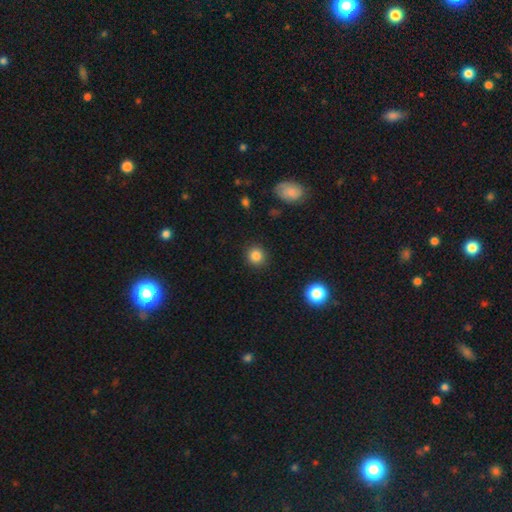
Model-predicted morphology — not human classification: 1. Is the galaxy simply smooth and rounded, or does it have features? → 85% smooth, 11% star or artifact, 5% featured or disk.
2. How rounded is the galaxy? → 90% round, 9% in between, 1% cigar-shaped.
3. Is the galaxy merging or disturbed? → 90% none, 6% minor disturbance, 2% major disturbance, 1% merger.